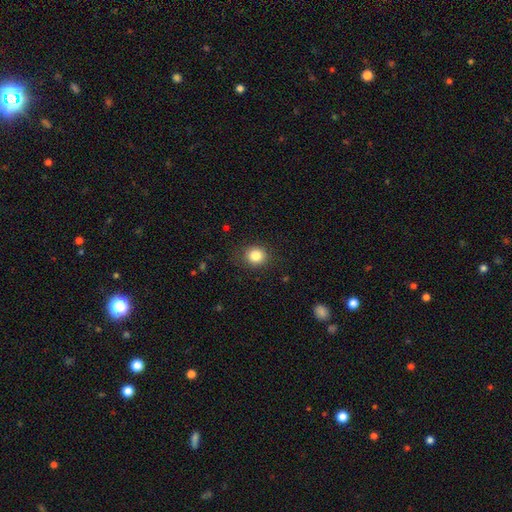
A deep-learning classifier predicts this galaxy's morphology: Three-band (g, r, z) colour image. It shows a smooth galaxy with no disk features (83%) that is round (79%). Merging: none (86%).